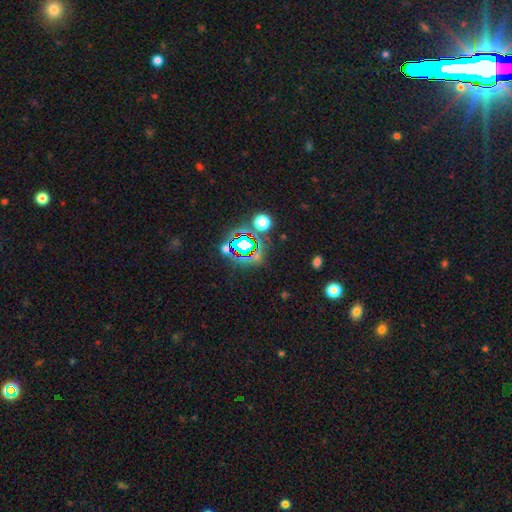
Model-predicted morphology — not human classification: star or artifact 72%, smooth 18%, featured or disk 10%.